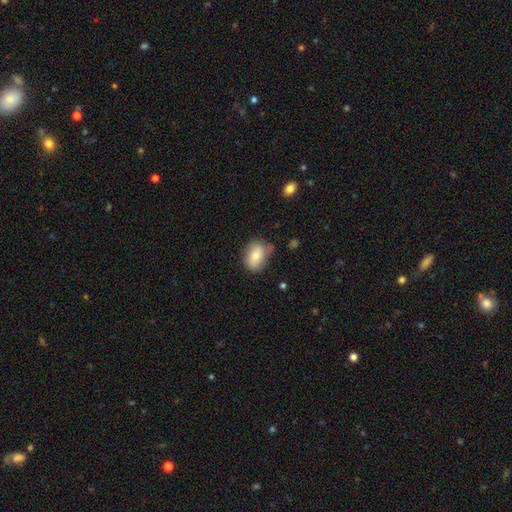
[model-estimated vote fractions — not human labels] Q: Smooth or featured?
A: smooth (79%); runner-up: featured or disk (13%)
Q: How rounded?
A: in between (72%); runner-up: round (26%)
Q: Merging?
A: none (65%); runner-up: minor disturbance (26%)